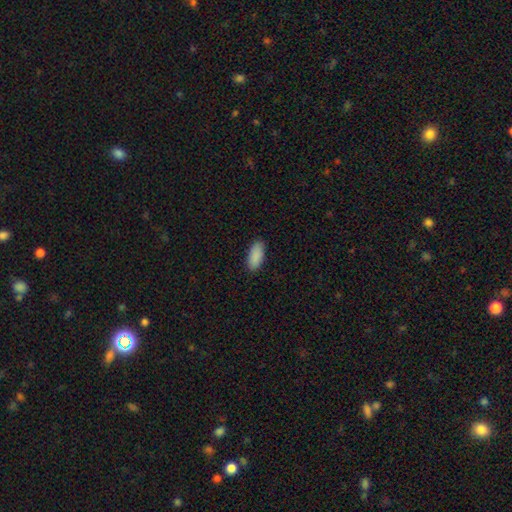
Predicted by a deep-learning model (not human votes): Morphology: type=smooth (91%); roundness=in between (87%); merging=none (89%).